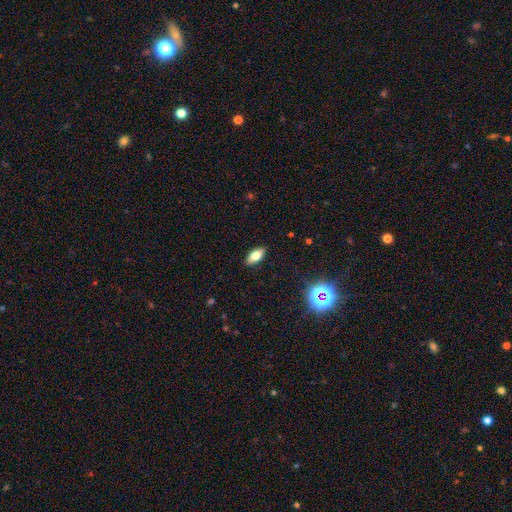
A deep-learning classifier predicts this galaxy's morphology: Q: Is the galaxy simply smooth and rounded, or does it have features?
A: smooth — 72%.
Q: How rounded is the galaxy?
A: in between — 86%.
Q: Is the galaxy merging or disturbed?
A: none — 89%.